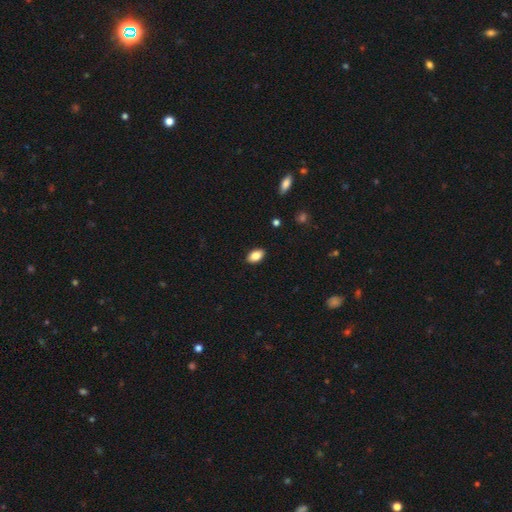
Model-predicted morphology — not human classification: This is clearly a smooth galaxy (85%). How rounded: clearly in between (91%). Merging: clearly none (89%).